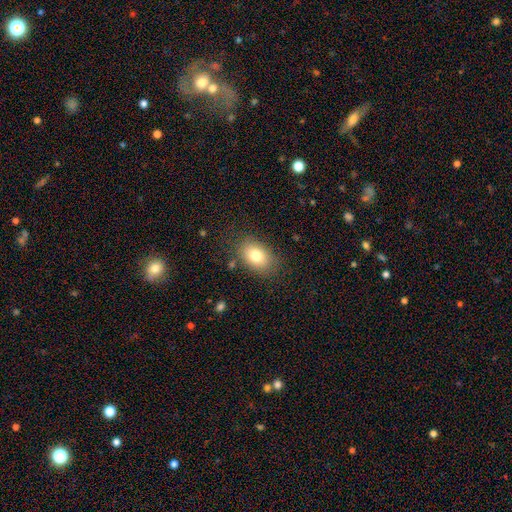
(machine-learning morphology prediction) The model was most divided on "merging": none: 80%, minor disturbance: 13%, major disturbance: 4%, merger: 2%. More confident: how rounded — in between (83%); smooth or featured — smooth (79%).